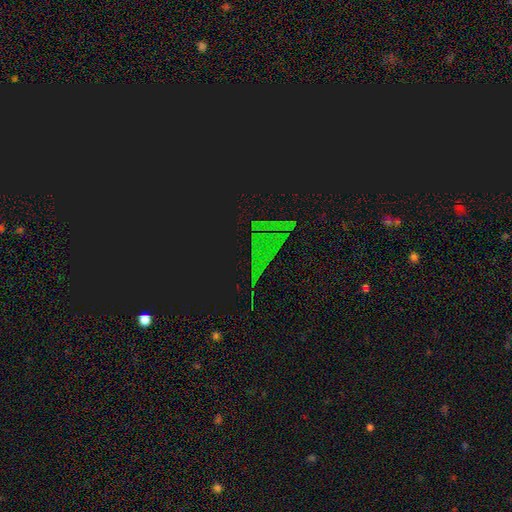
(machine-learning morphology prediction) smooth_or_featured: star or artifact (p=0.78) [alt: smooth p=0.13]